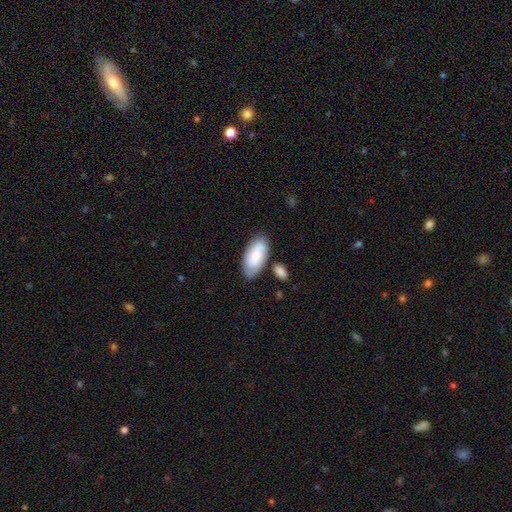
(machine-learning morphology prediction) Smooth or featured: smooth — 67% (featured or disk — 27%)
How rounded: in between — 92% (cigar-shaped — 6%)
Merging: none — 69% (minor disturbance — 17%)